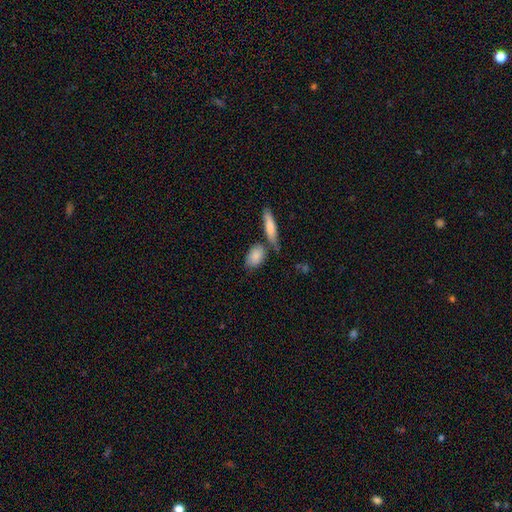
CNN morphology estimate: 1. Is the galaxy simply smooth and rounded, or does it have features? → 84% smooth, 10% featured or disk, 6% star or artifact.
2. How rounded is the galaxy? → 82% in between, 11% round, 7% cigar-shaped.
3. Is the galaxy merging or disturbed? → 58% none, 22% merger, 15% minor disturbance, 5% major disturbance.